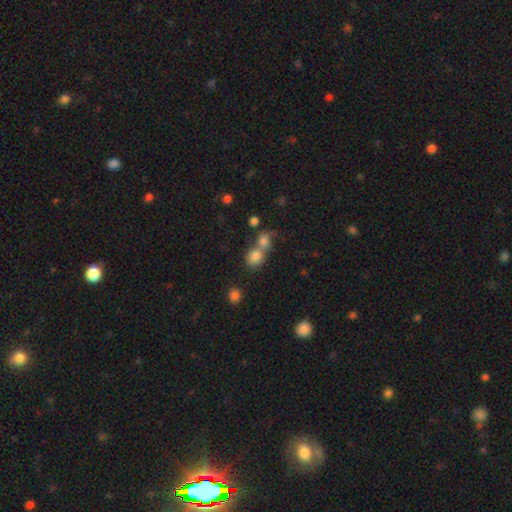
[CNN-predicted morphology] Overall: smooth (78%). How rounded: round (68%; in between 30%). Merging: merger (56%; none 33%).